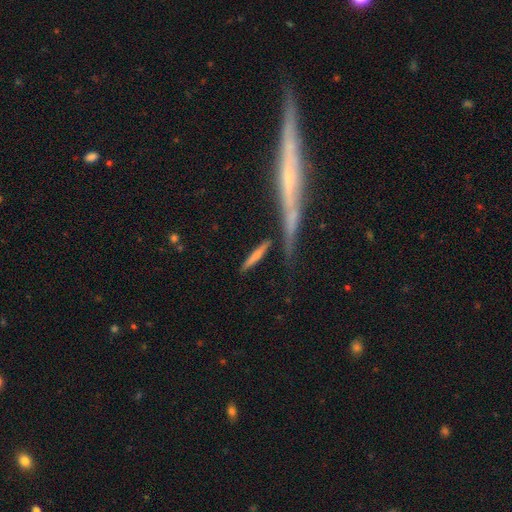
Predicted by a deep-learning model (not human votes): Morphology: type=smooth (64%); roundness=cigar-shaped (89%); merging=none (69%).